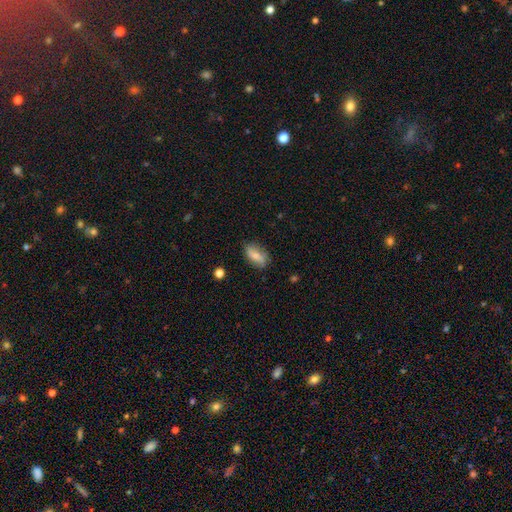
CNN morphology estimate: Smooth or featured? Predicted: smooth (p=0.67). How rounded? Predicted: in between (p=0.84). Merging? Predicted: none (p=0.79).